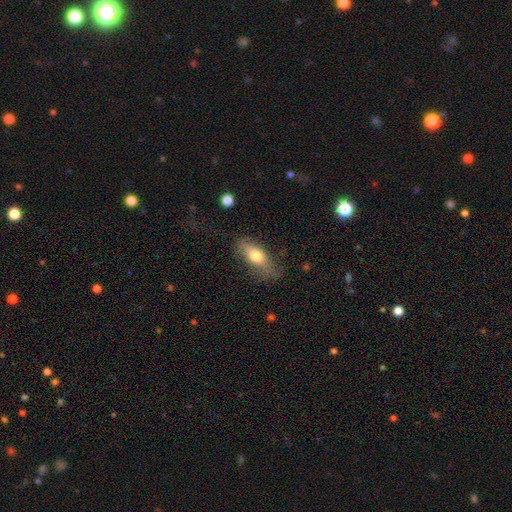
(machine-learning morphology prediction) Q: Smooth or featured?
A: smooth (67%); runner-up: featured or disk (26%)
Q: How rounded?
A: in between (74%); runner-up: cigar-shaped (21%)
Q: Merging?
A: none (60%); runner-up: minor disturbance (27%)